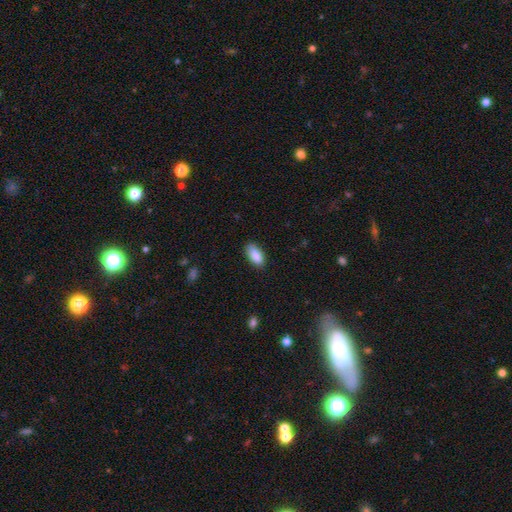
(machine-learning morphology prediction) Smooth or featured?
  - smooth: 88% *
  - star or artifact: 7%
  - featured or disk: 5%
How rounded?
  - in between: 90% *
  - cigar-shaped: 8%
  - round: 2%
Merging?
  - none: 81% *
  - minor disturbance: 15%
  - major disturbance: 3%
  - merger: 1%